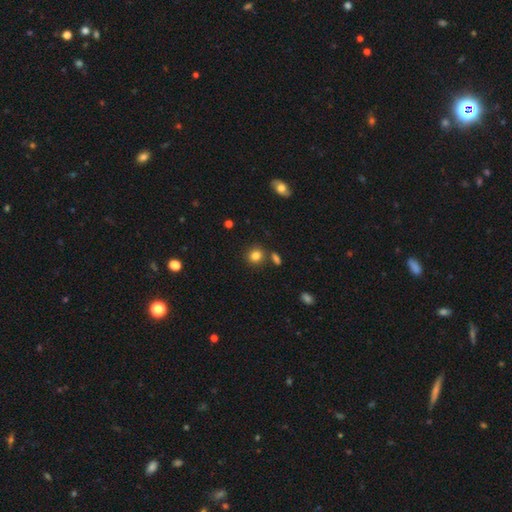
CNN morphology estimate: Smooth or featured?
  - smooth: 82% *
  - star or artifact: 11%
  - featured or disk: 6%
How rounded?
  - round: 82% *
  - in between: 16%
  - cigar-shaped: 1%
Merging?
  - none: 81% *
  - minor disturbance: 9%
  - merger: 8%
  - major disturbance: 3%